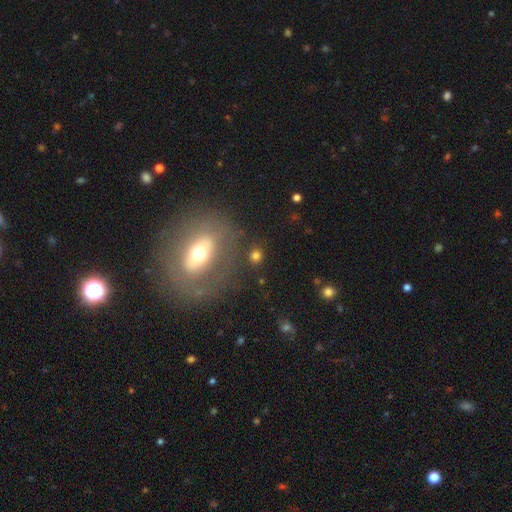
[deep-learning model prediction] Overall: smooth (69%). How rounded: round (75%). Merging: none (81%).